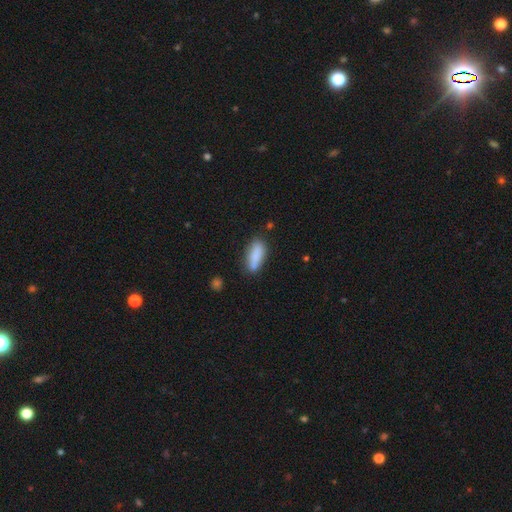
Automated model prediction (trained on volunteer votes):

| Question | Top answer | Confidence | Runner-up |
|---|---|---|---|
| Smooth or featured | smooth | 85% | featured or disk (8%) |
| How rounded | in between | 66% | cigar-shaped (32%) |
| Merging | none | 69% | minor disturbance (21%) |